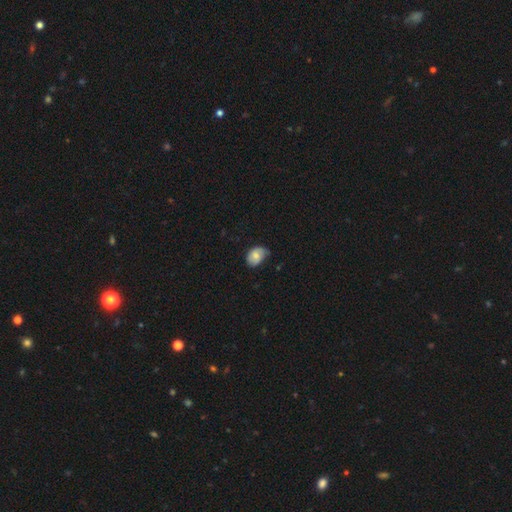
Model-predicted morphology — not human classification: Smooth or featured? Predicted: smooth (p=0.66). How rounded? Predicted: in between (p=0.76). Merging? Predicted: none (p=0.45).